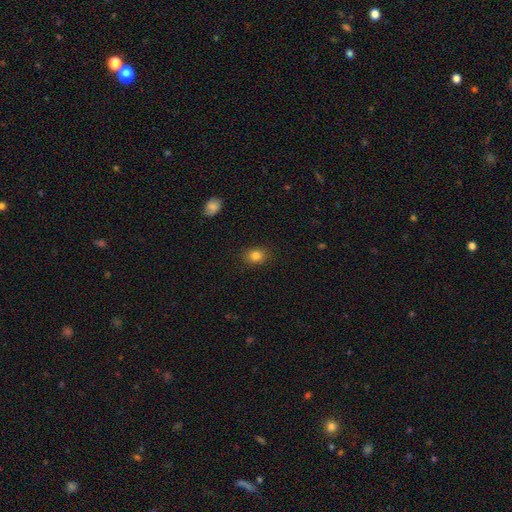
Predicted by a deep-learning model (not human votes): The model was most divided on "how rounded": round: 59%, in between: 40%, cigar-shaped: 1%. More confident: merging — none (87%); smooth or featured — smooth (83%).